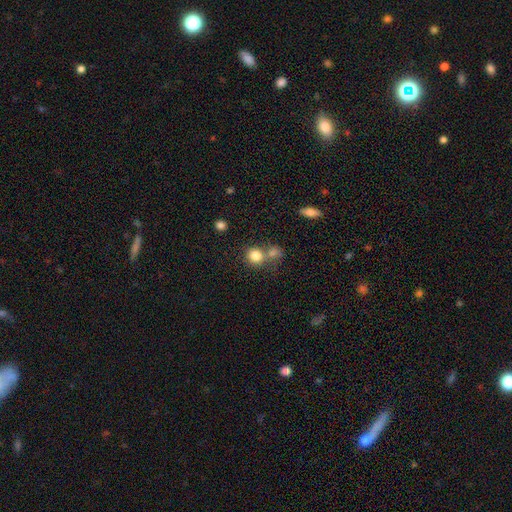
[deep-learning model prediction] Q: Smooth or featured?
A: smooth (82%); runner-up: star or artifact (11%)
Q: How rounded?
A: round (83%); runner-up: in between (16%)
Q: Merging?
A: none (53%); runner-up: merger (35%)